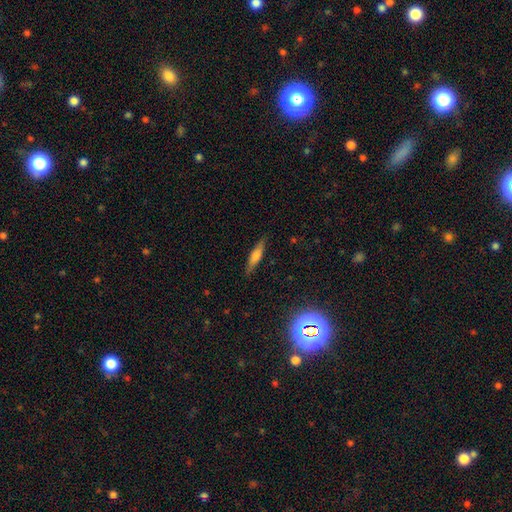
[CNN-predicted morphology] A smooth galaxy with no disk features (59%) that is cigar-shaped (80%). Merging: none (87%).